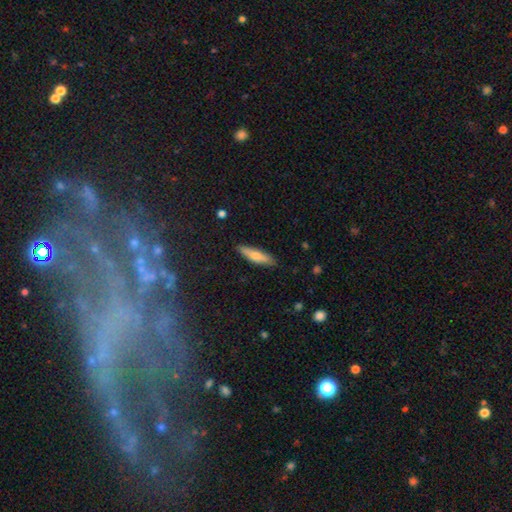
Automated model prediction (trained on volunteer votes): Smooth or featured?
  - smooth: 67% *
  - featured or disk: 26%
  - star or artifact: 6%
How rounded?
  - cigar-shaped: 73% *
  - in between: 26%
  - round: 2%
Merging?
  - none: 87% *
  - minor disturbance: 10%
  - major disturbance: 2%
  - merger: 1%